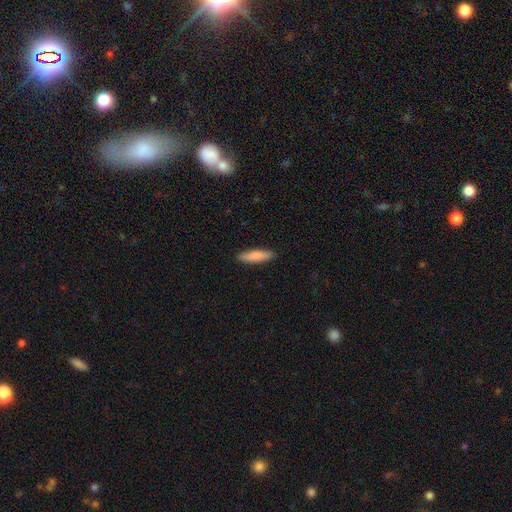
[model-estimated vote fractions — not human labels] Smooth or featured? smooth (83%)
How rounded? cigar-shaped (71%)
Merging? none (90%)